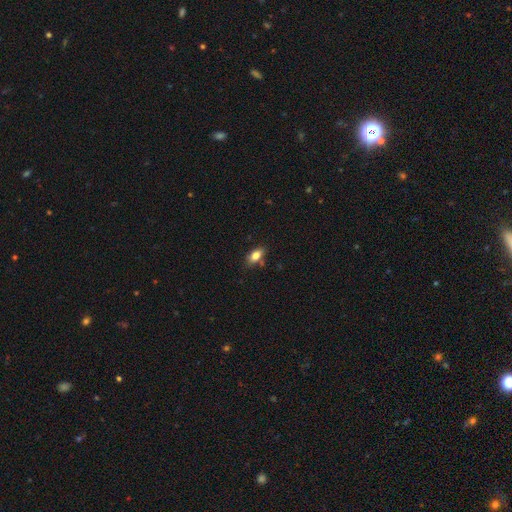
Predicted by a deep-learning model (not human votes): Overall: smooth (81%). How rounded: in between (88%). Merging: none (75%).